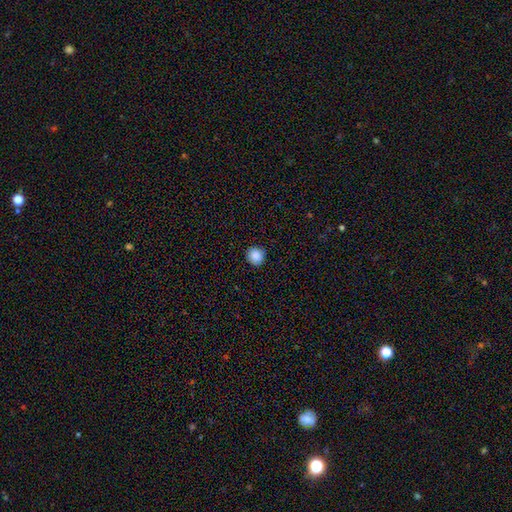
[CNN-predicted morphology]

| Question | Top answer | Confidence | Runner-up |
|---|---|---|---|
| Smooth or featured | smooth | 87% | star or artifact (9%) |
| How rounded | round | 93% | in between (6%) |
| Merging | none | 90% | minor disturbance (7%) |